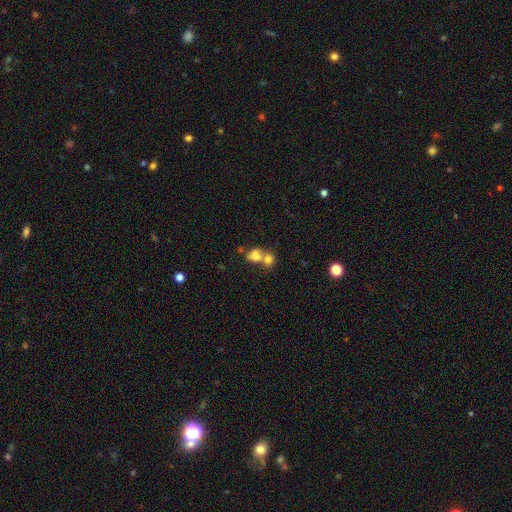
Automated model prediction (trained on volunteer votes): A smooth galaxy with no disk features (74%) that is in between round and cigar-shaped (59%). Merging: merger (64%).